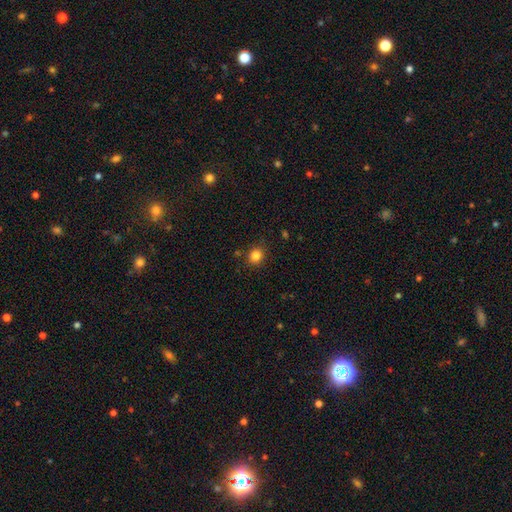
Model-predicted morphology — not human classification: type=smooth (83%); roundness=round (78%); merging=none (86%).